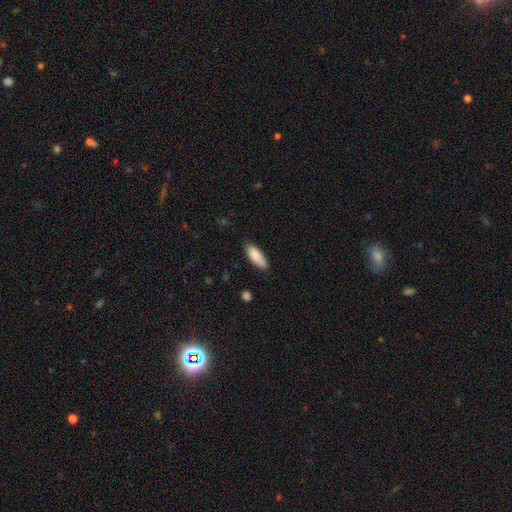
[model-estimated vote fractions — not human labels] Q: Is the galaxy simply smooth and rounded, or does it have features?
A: smooth — 88%.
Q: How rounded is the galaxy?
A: in between — 70%.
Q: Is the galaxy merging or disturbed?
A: none — 82%.